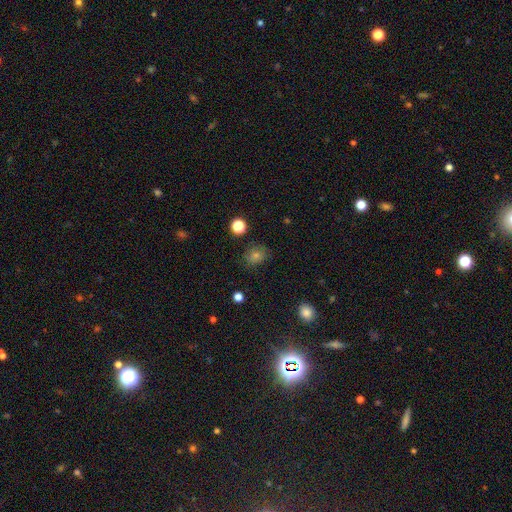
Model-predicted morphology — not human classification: Smooth or featured? Predicted: smooth (p=0.62). How rounded? Predicted: round (p=0.64). Merging? Predicted: none (p=0.81).